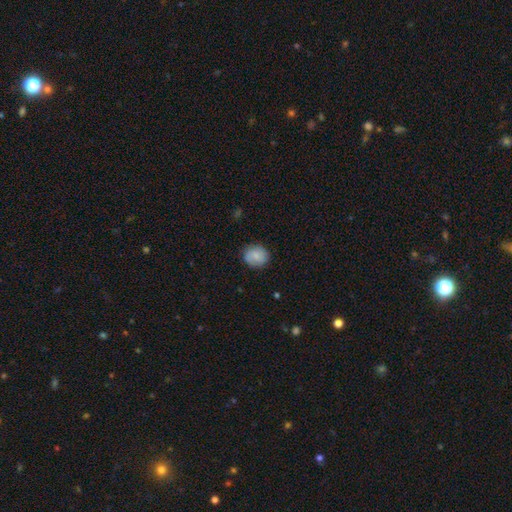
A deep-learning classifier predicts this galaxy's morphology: smooth_or_featured: smooth (p=0.78) [alt: featured or disk p=0.15]
how_rounded: round (p=0.77) [alt: in between p=0.22]
merging: none (p=0.83) [alt: minor disturbance p=0.13]